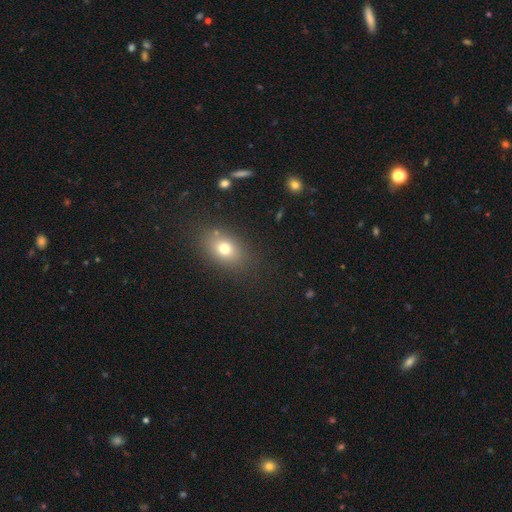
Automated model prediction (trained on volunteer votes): Smooth or featured? smooth (67%)
How rounded? in between (73%)
Merging? none (88%)